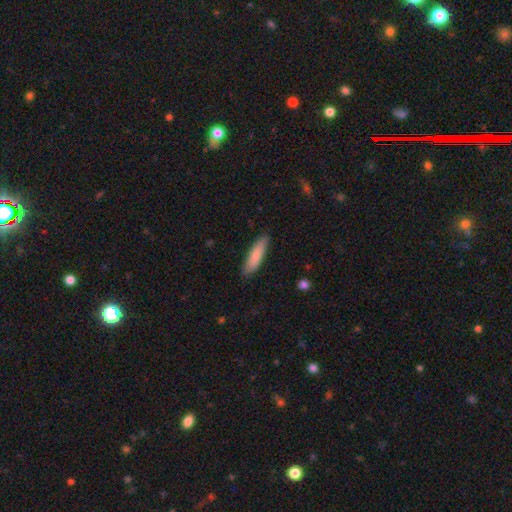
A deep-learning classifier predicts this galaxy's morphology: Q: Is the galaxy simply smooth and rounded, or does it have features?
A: smooth — 82%.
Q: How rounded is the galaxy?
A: cigar-shaped — 71%.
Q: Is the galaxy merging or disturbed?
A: none — 86%.